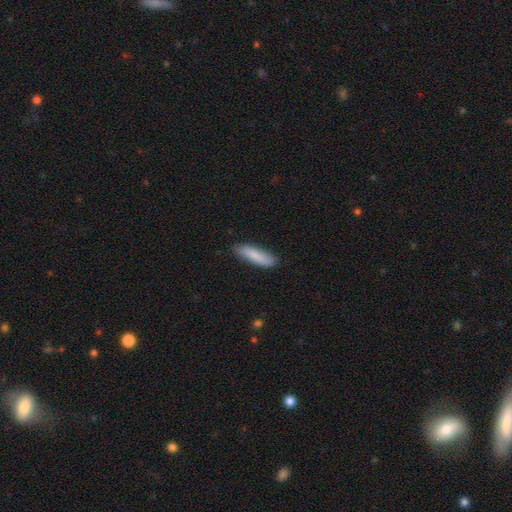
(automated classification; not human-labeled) Overall: smooth (83%). How rounded: cigar-shaped (68%; in between 31%). Merging: none (81%).